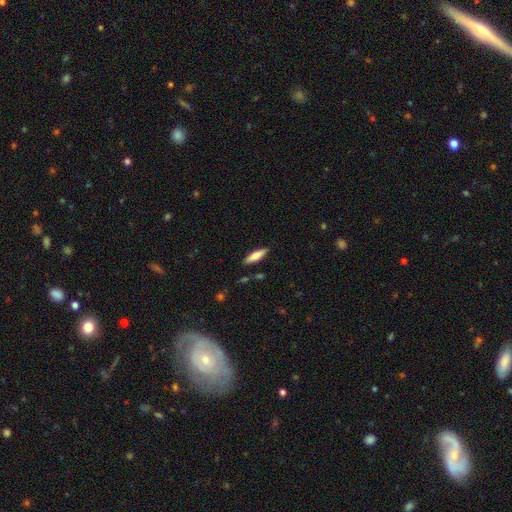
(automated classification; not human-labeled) Overall: smooth (74%). How rounded: cigar-shaped (60%; in between 39%). Merging: none (86%).